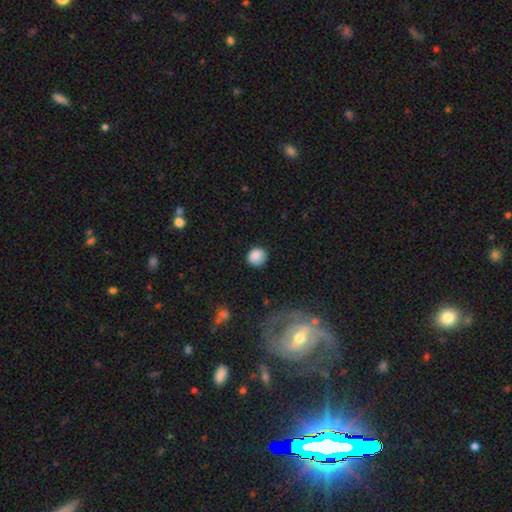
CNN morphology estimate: This is clearly a smooth galaxy (87%). How rounded: clearly round (86%). Merging: clearly none (85%).